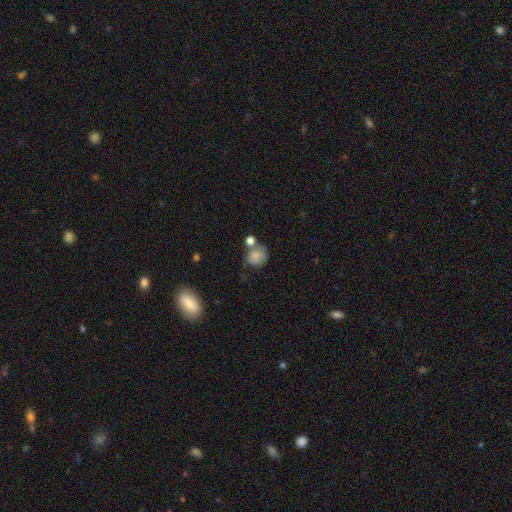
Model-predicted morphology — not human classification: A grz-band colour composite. It shows a smooth galaxy with no disk features (79%) that is round (78%). Merging: none (50%).